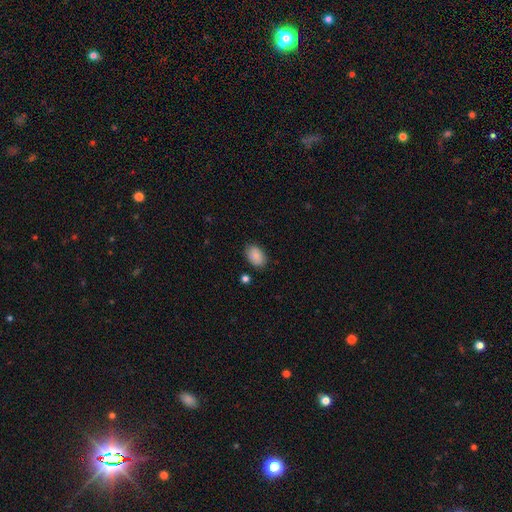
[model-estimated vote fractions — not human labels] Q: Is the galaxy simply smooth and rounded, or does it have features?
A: smooth — 88%.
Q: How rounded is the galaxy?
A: in between — 87%.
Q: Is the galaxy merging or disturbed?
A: none — 82%.